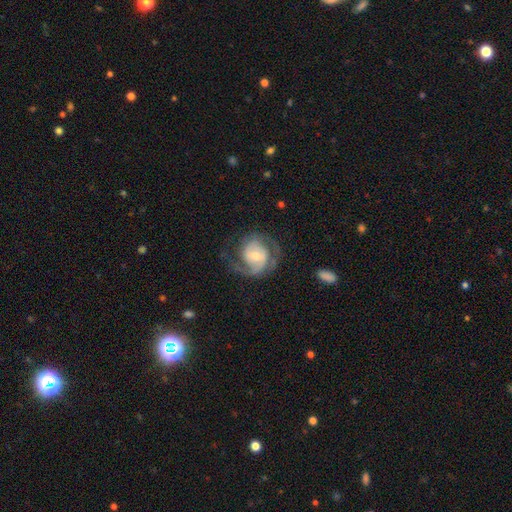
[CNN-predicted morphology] A featured or disk galaxy (81%) with no bar (58%), 2 (72%) medium (47%) spiral arms (93%) and a moderate central bulge (49%). Merging: none (62%).